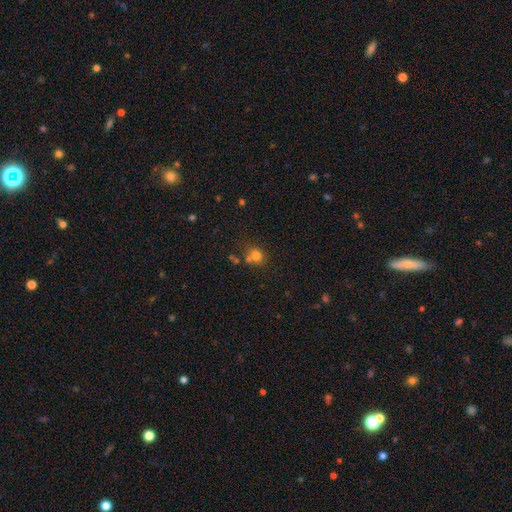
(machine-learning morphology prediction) Smooth or featured? Predicted: smooth (p=0.75). How rounded? Predicted: round (p=0.72). Merging? Predicted: none (p=0.54).